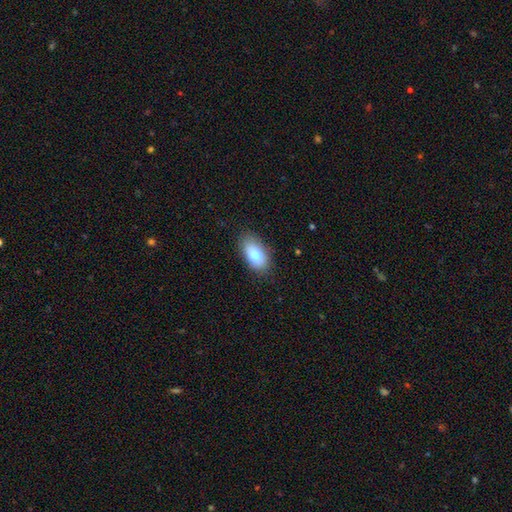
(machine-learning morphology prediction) Smooth or featured: smooth — 77% (featured or disk — 15%)
How rounded: in between — 92% (round — 5%)
Merging: none — 84% (minor disturbance — 12%)